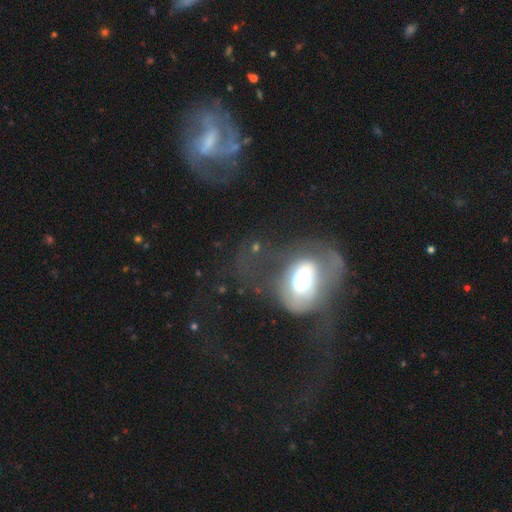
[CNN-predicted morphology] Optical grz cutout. It shows a featured or disk galaxy (59%) with no bar (62%), spiral arms (52%) and a moderate central bulge (48%). Merging: major disturbance (51%).